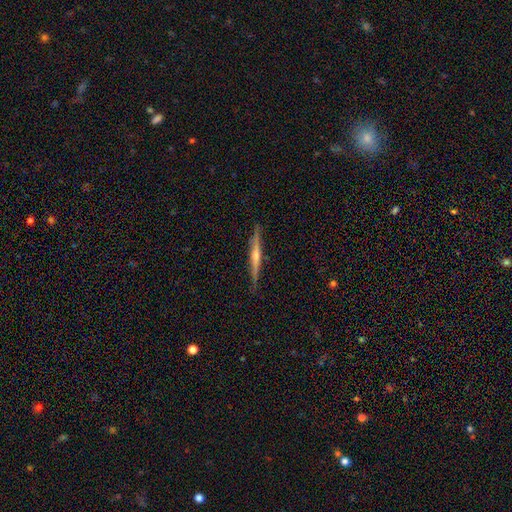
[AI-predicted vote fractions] The model was most divided on "edge-on bulge": rounded: 63%, none: 26%, boxy: 11%. More confident: edge-on disk — yes (98%); merging — none (88%); smooth or featured — featured or disk (70%).